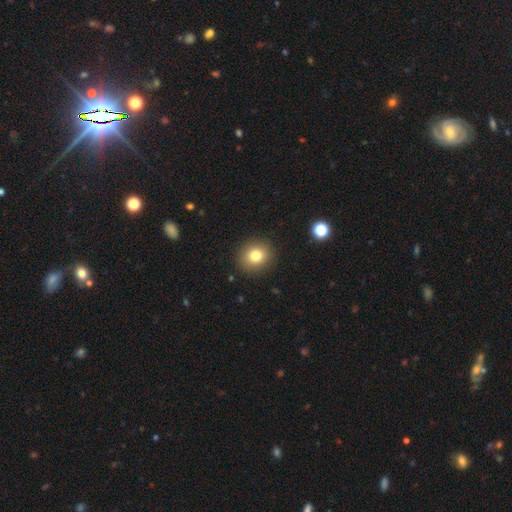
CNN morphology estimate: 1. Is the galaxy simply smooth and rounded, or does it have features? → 80% smooth, 11% star or artifact, 9% featured or disk.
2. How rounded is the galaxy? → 81% round, 18% in between, 1% cigar-shaped.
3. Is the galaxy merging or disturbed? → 90% none, 6% minor disturbance, 2% major disturbance, 1% merger.